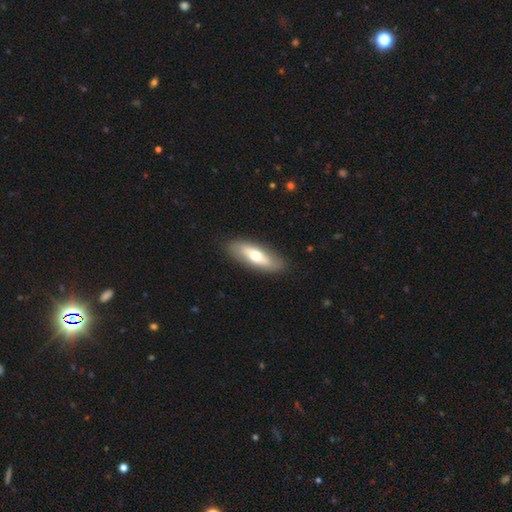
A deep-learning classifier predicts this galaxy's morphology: smooth 55%, featured or disk 40%, star or artifact 5%. Down the decision tree: how rounded — in between (63%); merging — none (86%).